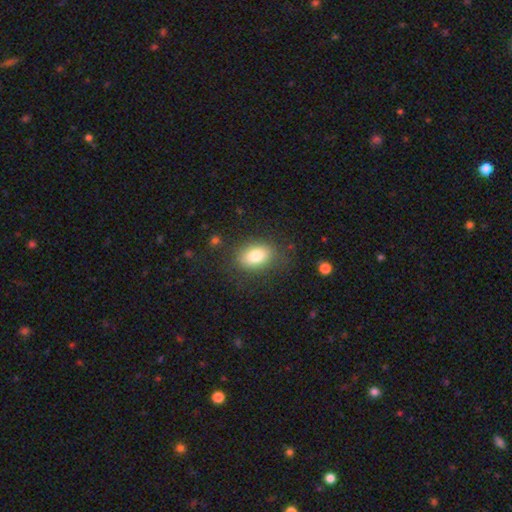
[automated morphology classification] smooth 81%, featured or disk 10%, star or artifact 9%. Down the decision tree: how rounded — in between (81%); merging — none (80%).